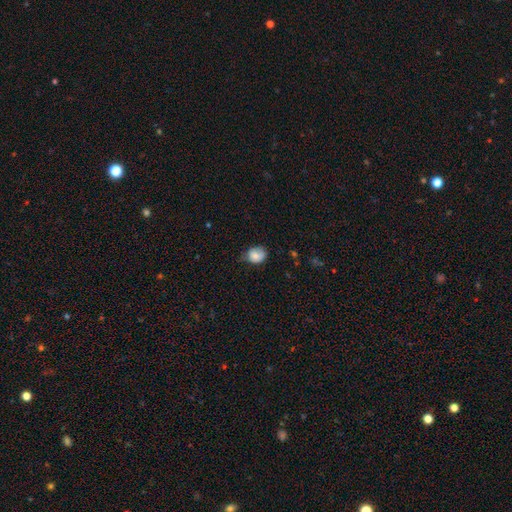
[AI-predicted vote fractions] Overall: smooth (78%). How rounded: round (57%; in between 42%). Merging: none (57%; minor disturbance 34%).